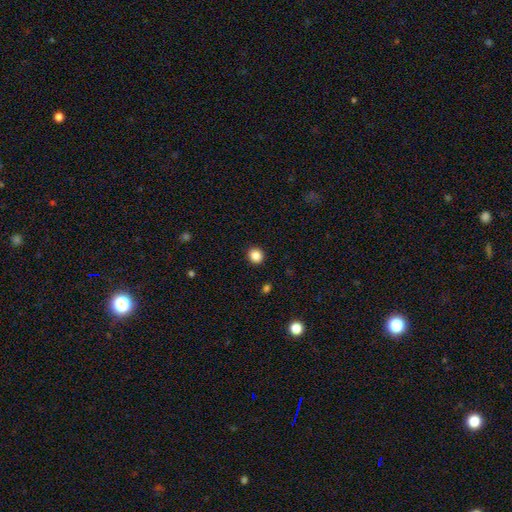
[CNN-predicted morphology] Q: Smooth or featured?
A: smooth (86%); runner-up: star or artifact (11%)
Q: How rounded?
A: round (85%); runner-up: in between (14%)
Q: Merging?
A: none (92%); runner-up: minor disturbance (5%)